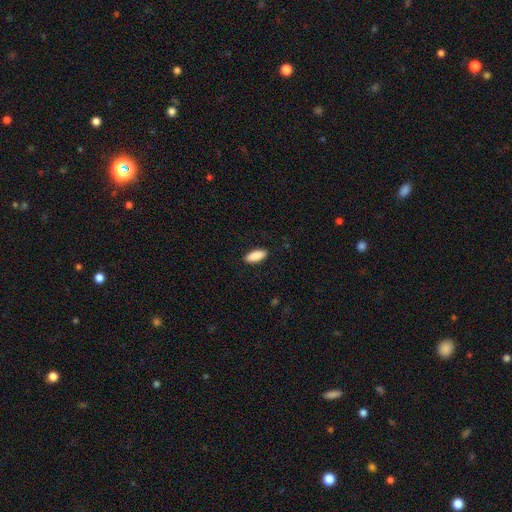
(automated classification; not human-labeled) Overall: smooth (90%). How rounded: in between (81%). Merging: none (90%).